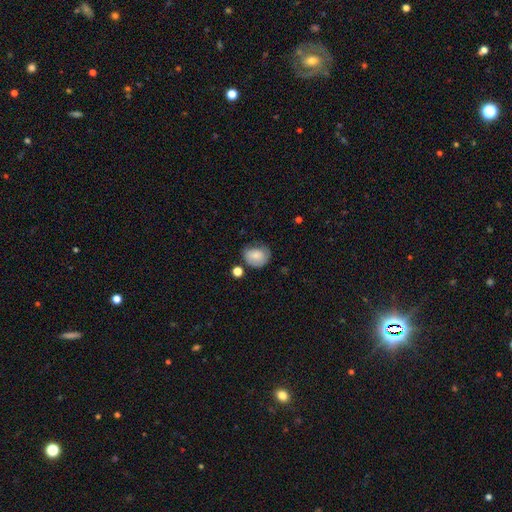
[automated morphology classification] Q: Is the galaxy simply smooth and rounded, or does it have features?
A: smooth — 75%.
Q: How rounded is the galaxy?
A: round — 50%.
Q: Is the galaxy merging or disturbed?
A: none — 52%.